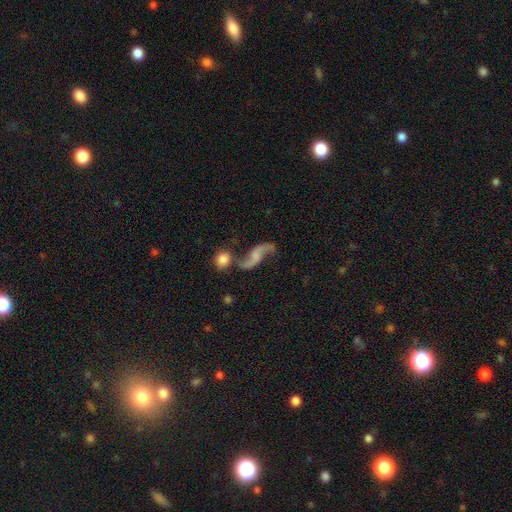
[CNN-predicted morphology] Q: Smooth or featured?
A: featured or disk (80%); runner-up: smooth (13%)
Q: Edge-on disk?
A: no (94%); runner-up: yes (6%)
Q: Bar?
A: no (57%); runner-up: weak (34%)
Q: Spiral arms?
A: yes (93%); runner-up: no (7%)
Q: Spiral winding?
A: loose (91%); runner-up: medium (7%)
Q: Spiral arm count?
A: 2 (92%); runner-up: 1 (3%)
Q: Bulge size?
A: none (43%); runner-up: small (29%)
Q: Merging?
A: none (50%); runner-up: merger (22%)